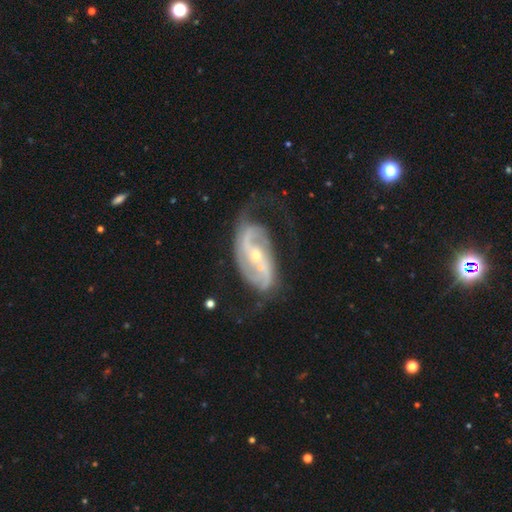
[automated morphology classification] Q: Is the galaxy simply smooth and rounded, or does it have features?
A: featured or disk — 88%.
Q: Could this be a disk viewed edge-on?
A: no — 95%.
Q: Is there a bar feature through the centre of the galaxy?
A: no — 42%.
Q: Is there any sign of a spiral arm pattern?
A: yes — 94%.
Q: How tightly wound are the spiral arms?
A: medium — 45%.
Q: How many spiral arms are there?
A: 2 — 84%.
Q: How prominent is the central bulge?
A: small — 65%.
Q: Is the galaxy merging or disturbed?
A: none — 54%.